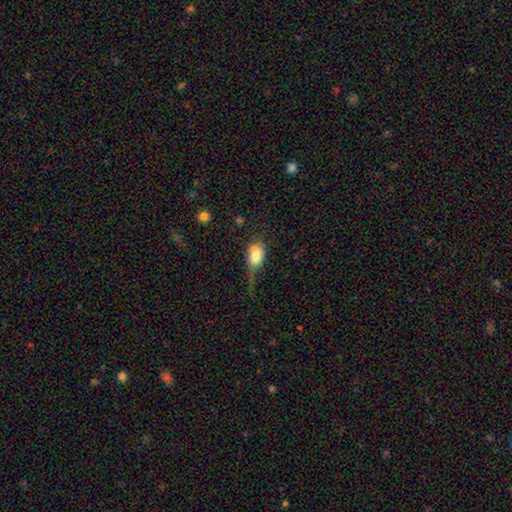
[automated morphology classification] This is likely a smooth galaxy (75%). How rounded: likely in between (79%). Merging: marginally major disturbance (30%, tied with minor disturbance).